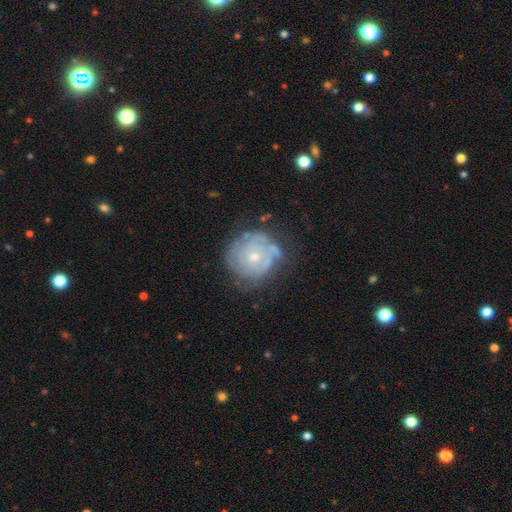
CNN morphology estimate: Overall: featured or disk (74%). Edge-on disk: no (98%). Bar: no (81%). Spiral arms: yes (79%). Spiral arm count: can't tell (56%). Spiral winding: tight (76%). Bulge size: small (65%; moderate 31%). Merging: none (60%; minor disturbance 25%).